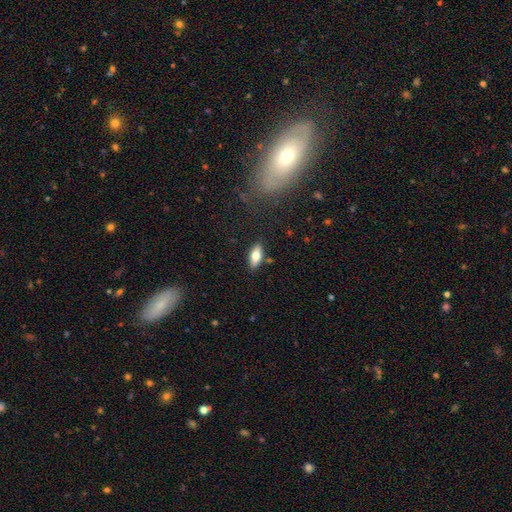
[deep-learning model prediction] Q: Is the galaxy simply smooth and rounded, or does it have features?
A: smooth — 70%.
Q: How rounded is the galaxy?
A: in between — 77%.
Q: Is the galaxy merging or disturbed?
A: none — 86%.